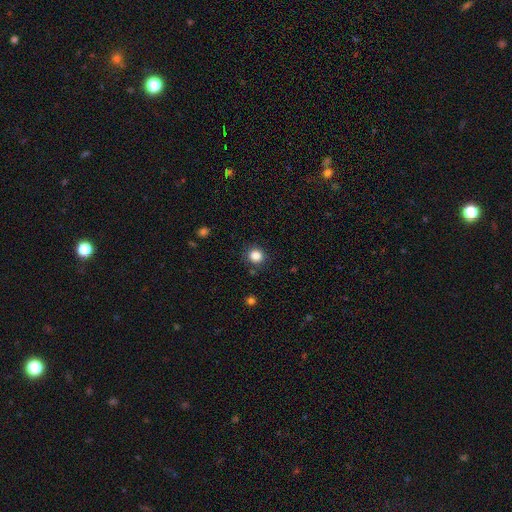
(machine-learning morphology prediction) This appears to be a smooth galaxy with no disk features (85%) that is round (91%). Merging: none (86%).